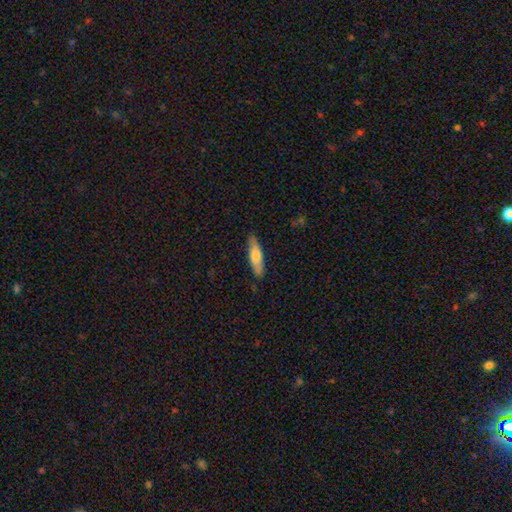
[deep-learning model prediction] Smooth or featured: smooth — 70% (featured or disk — 24%)
How rounded: cigar-shaped — 69% (in between — 29%)
Merging: none — 85% (minor disturbance — 12%)